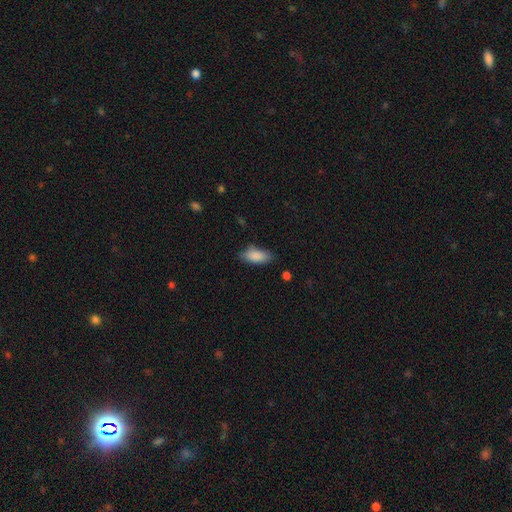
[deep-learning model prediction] Smooth or featured? Predicted: smooth (p=0.88). How rounded? Predicted: in between (p=0.86). Merging? Predicted: none (p=0.76).